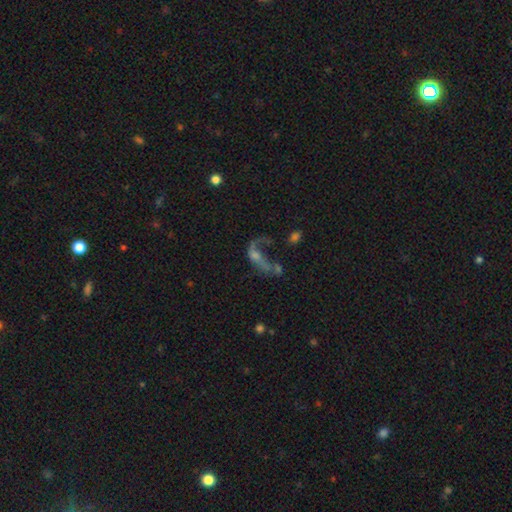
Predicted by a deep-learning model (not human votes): Q: Smooth or featured?
A: featured or disk (56%); runner-up: smooth (27%)
Q: Edge-on disk?
A: no (91%); runner-up: yes (9%)
Q: Bar?
A: no (75%); runner-up: weak (18%)
Q: Spiral arms?
A: no (57%); runner-up: yes (43%)
Q: Bulge size?
A: none (36%); runner-up: small (32%)
Q: Merging?
A: major disturbance (45%); runner-up: merger (24%)